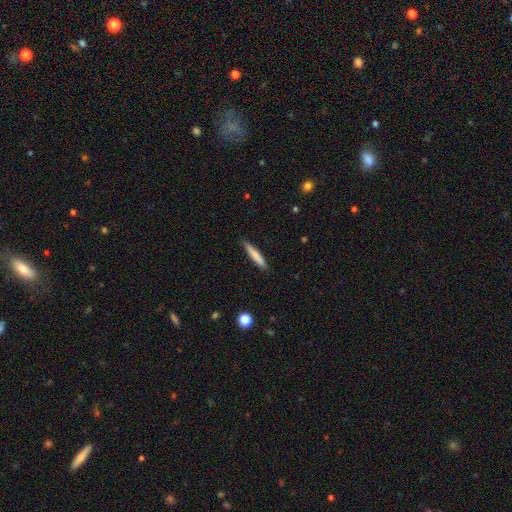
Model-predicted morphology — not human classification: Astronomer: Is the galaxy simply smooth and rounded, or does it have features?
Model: smooth — 77%.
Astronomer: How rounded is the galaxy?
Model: cigar-shaped — 93%.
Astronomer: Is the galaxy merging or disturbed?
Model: none — 86%.